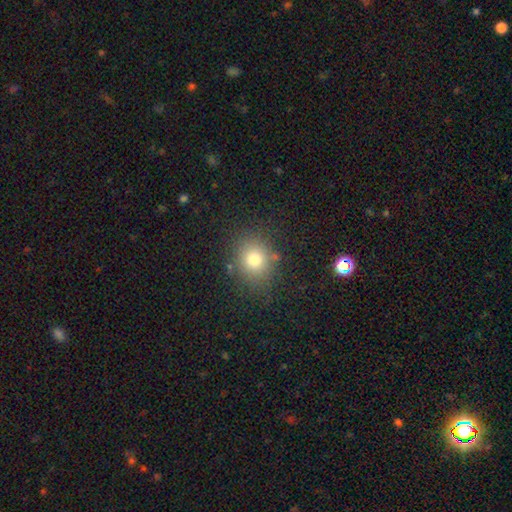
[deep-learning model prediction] A smooth galaxy with no disk features (76%) that is round (68%). Merging: none (81%).